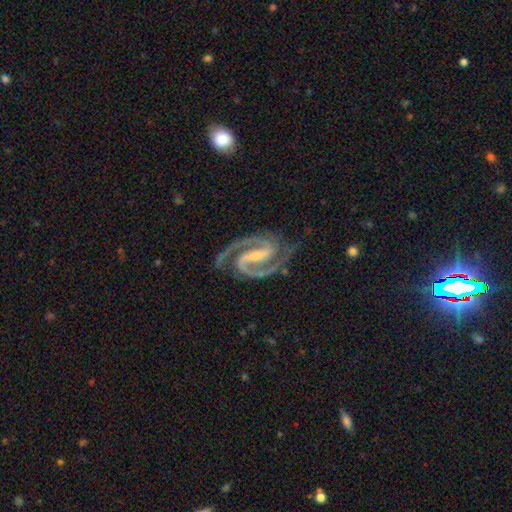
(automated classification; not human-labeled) smooth-or-featured: featured or disk: 94% | star or artifact: 4% | smooth: 2%
  disk-edge-on: no: 98% | yes: 2%
    bar: strong: 65% | weak: 25% | no: 10%
    has-spiral-arms: yes: 99% | no: 1%
      spiral-winding: medium: 58% | tight: 35% | loose: 7%
      spiral-arm-count: 2: 94% | 3: 2% | can't tell: 1% | 1: 1% | 4: 1% | more than 4: 1%
    bulge-size: small: 69% | moderate: 26% | none: 3% | large: 1% | dominant: 1%
  merging: none: 80% | minor disturbance: 14% | major disturbance: 4% | merger: 1%